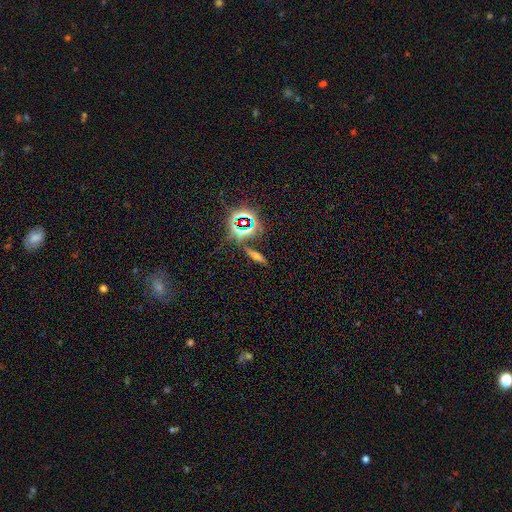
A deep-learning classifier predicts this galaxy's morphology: This appears to be a smooth galaxy with no disk features (42%). Merging: none (71%).